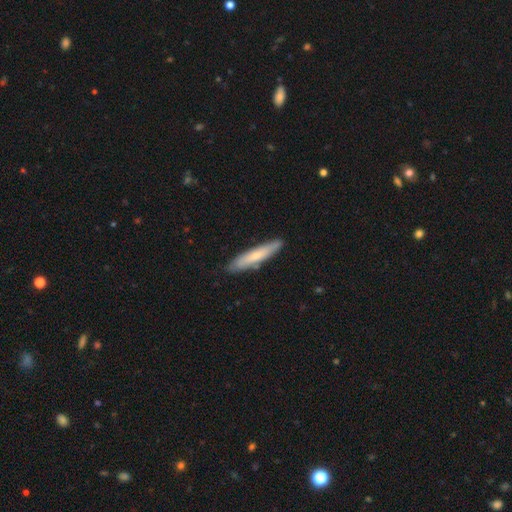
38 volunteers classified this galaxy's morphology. Smooth or featured? smooth (66%)
How rounded? cigar-shaped (88%)
Merging? none (75%)